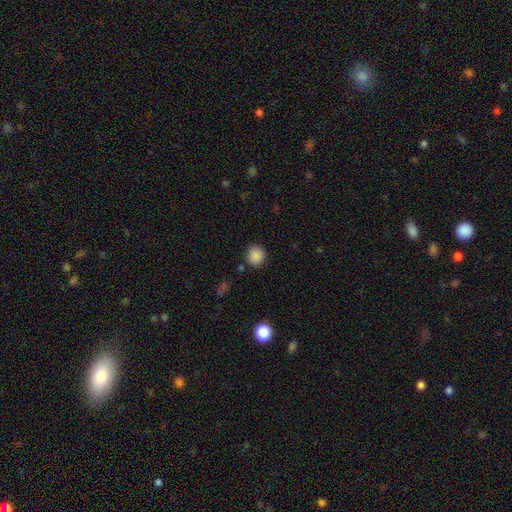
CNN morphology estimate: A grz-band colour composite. It shows a smooth galaxy with no disk features (87%) that is round (87%). Merging: none (86%).